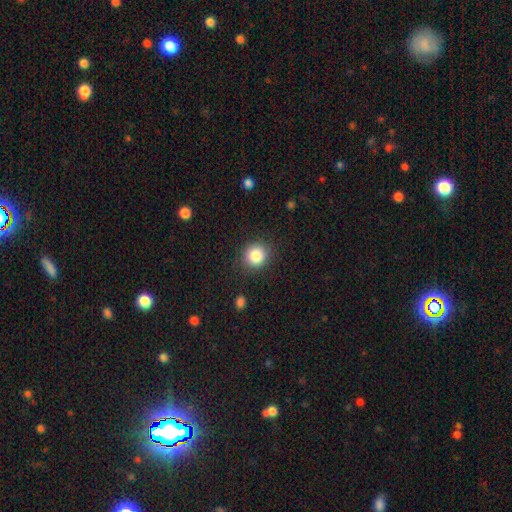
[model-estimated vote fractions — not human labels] Smooth or featured? Predicted: smooth (p=0.85). How rounded? Predicted: round (p=0.88). Merging? Predicted: none (p=0.87).